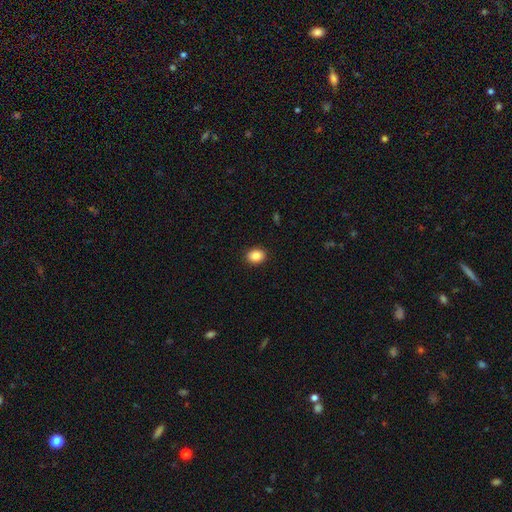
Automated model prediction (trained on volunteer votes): Smooth or featured?
  - smooth: 88% *
  - star or artifact: 9%
  - featured or disk: 4%
How rounded?
  - in between: 54% *
  - round: 45%
  - cigar-shaped: 1%
Merging?
  - none: 91% *
  - minor disturbance: 6%
  - major disturbance: 2%
  - merger: 1%